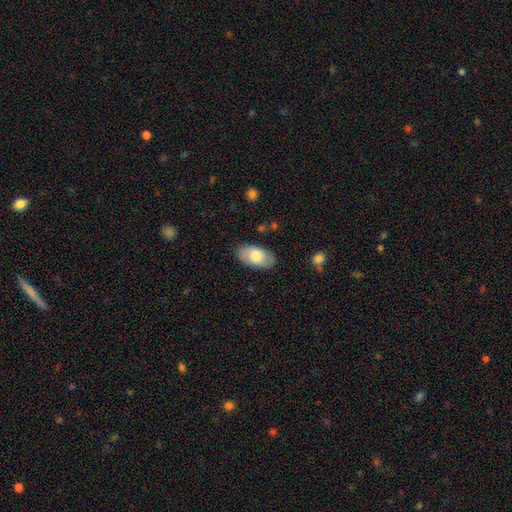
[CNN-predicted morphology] Smooth or featured?
  - smooth: 75% *
  - featured or disk: 19%
  - star or artifact: 6%
How rounded?
  - in between: 95% *
  - round: 3%
  - cigar-shaped: 2%
Merging?
  - none: 84% *
  - minor disturbance: 12%
  - major disturbance: 3%
  - merger: 1%